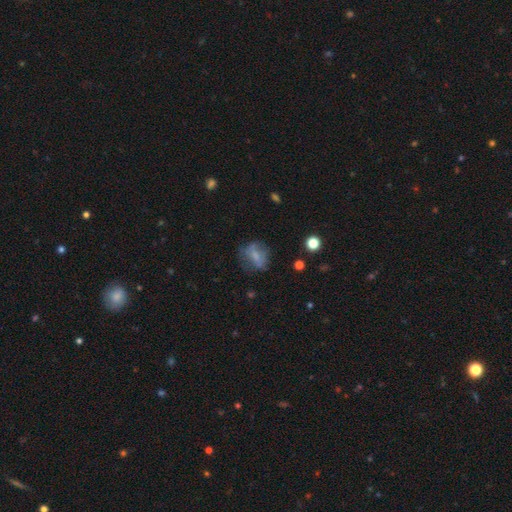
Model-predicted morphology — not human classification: type=smooth (55%); roundness=in between (56%); merging=none (50%).